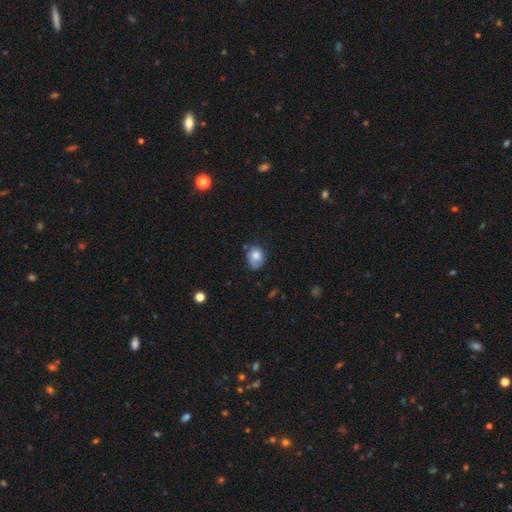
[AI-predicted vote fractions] smooth_or_featured: smooth (p=0.77) [alt: featured or disk p=0.14]
how_rounded: in between (p=0.58) [alt: round p=0.42]
merging: none (p=0.51) [alt: minor disturbance p=0.34]